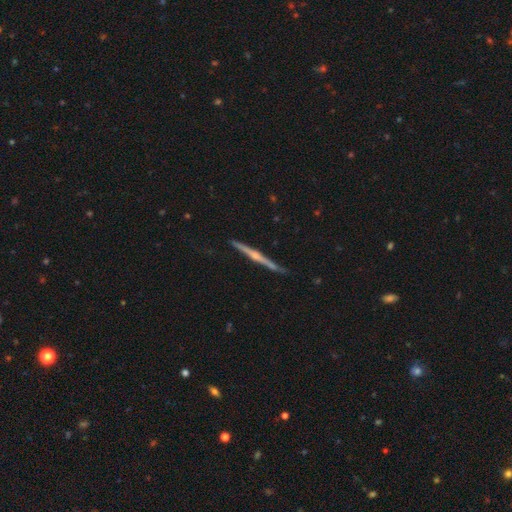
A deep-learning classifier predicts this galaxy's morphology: Smooth or featured? Predicted: featured or disk (p=0.81). Edge-on disk? Predicted: yes (p=0.98). Edge-on bulge? Predicted: rounded (p=0.81). Merging? Predicted: none (p=0.89).